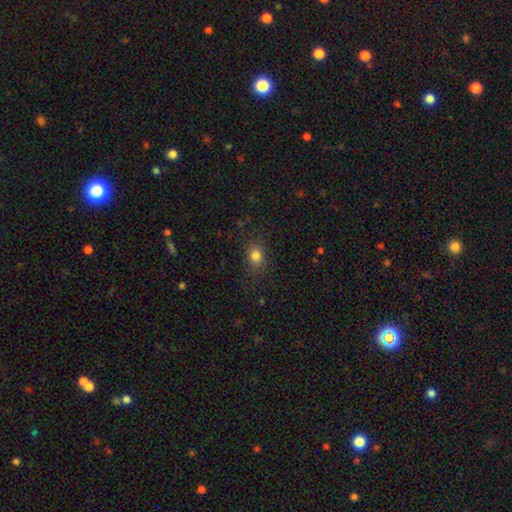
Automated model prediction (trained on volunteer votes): Overall: smooth (81%). How rounded: round (58%; in between 40%). Merging: none (83%).